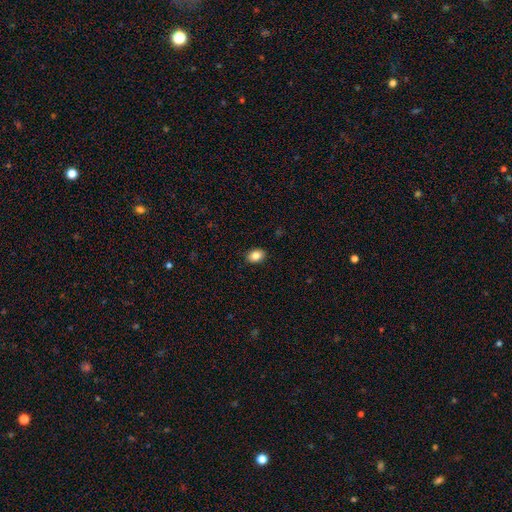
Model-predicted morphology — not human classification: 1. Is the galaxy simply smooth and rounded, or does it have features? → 85% smooth, 9% star or artifact, 7% featured or disk.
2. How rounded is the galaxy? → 76% in between, 23% round, 1% cigar-shaped.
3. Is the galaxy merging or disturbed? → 89% none, 8% minor disturbance, 2% major disturbance, 1% merger.